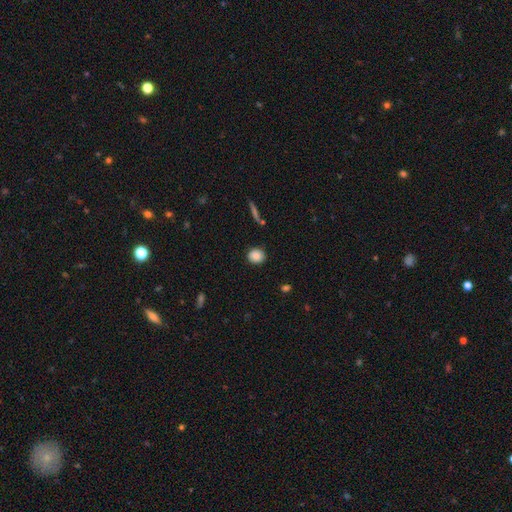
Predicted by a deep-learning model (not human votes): The model was most divided on "how rounded": round: 84%, in between: 14%, cigar-shaped: 1%. More confident: merging — none (88%); smooth or featured — smooth (87%).